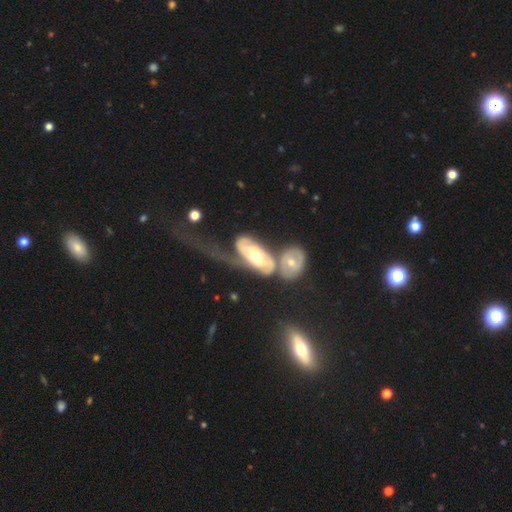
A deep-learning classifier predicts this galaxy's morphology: Overall: featured or disk (73%). Edge-on disk: no (91%). Bar: no (63%; weak 25%). Spiral arms: yes (85%). Spiral arm count: 2 (51%; can't tell 28%). Spiral winding: tight (49%; medium 31%). Bulge size: moderate (68%). Merging: merger (42%; major disturbance 27%).